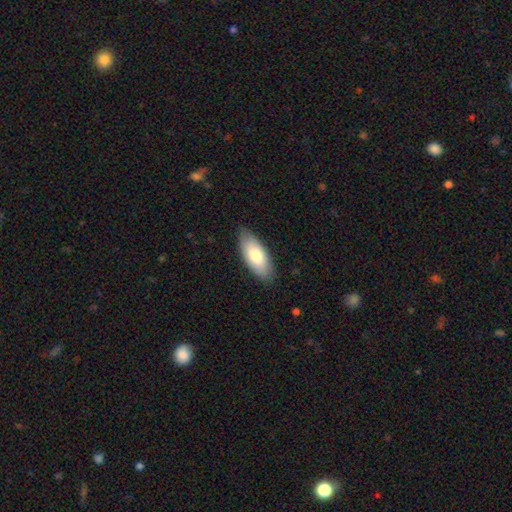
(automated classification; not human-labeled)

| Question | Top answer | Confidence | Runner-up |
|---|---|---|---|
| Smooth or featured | smooth | 77% | featured or disk (18%) |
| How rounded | in between | 85% | cigar-shaped (13%) |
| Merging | none | 83% | minor disturbance (13%) |